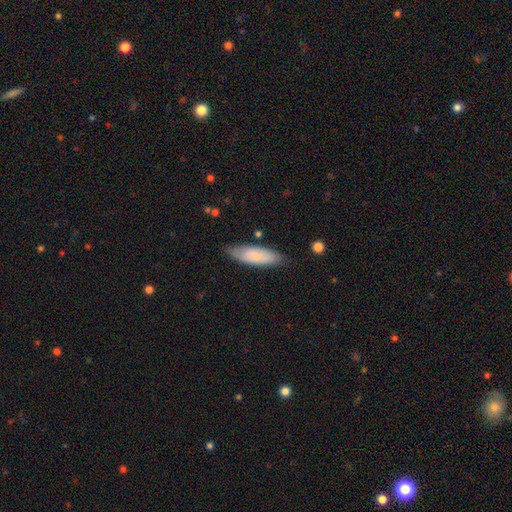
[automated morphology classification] type=smooth (76%); roundness=in between (57%); merging=none (78%).